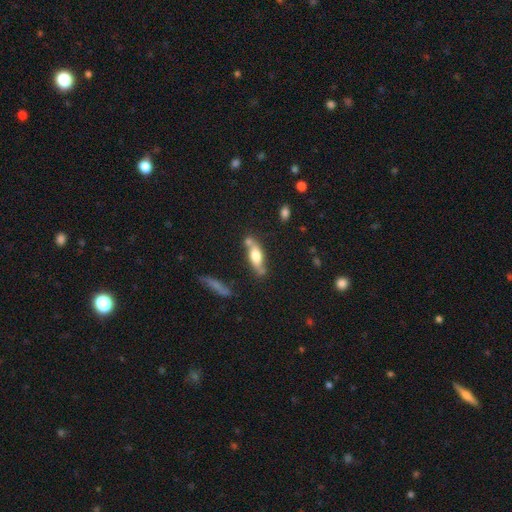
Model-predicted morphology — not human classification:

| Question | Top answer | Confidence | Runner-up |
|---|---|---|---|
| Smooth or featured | smooth | 56% | featured or disk (38%) |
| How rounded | in between | 53% | cigar-shaped (44%) |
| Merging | none | 61% | minor disturbance (19%) |